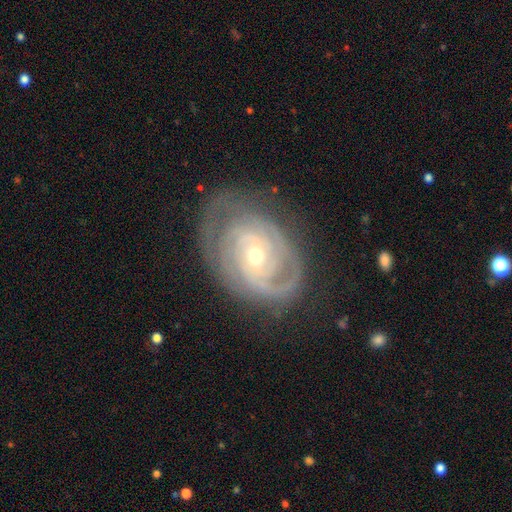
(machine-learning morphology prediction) Smooth or featured? featured or disk (89%)
Edge-on disk? no (96%)
Bar? no (69%)
Spiral arms? yes (96%)
Spiral winding? tight (75%)
Spiral arm count? 2 (37%)
Bulge size? moderate (49%)
Merging? none (72%)